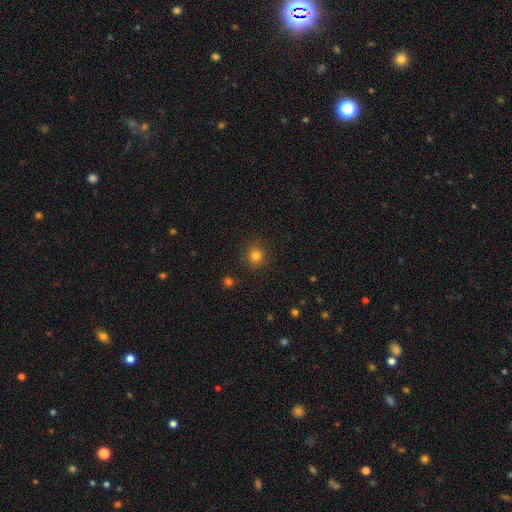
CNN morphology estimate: This appears to be a smooth galaxy with no disk features (81%) that is round (93%). Merging: none (90%).